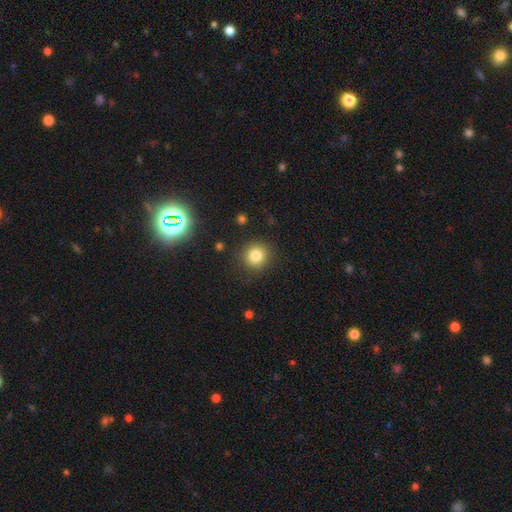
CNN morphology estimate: type=smooth (81%); roundness=round (91%); merging=none (88%).